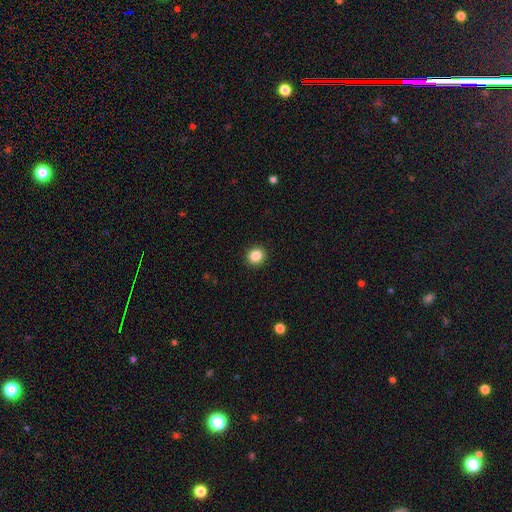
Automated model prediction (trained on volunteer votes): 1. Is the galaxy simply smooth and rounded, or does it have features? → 86% smooth, 10% star or artifact, 4% featured or disk.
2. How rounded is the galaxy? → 89% round, 10% in between, 1% cigar-shaped.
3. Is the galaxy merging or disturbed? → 92% none, 5% minor disturbance, 2% major disturbance, 1% merger.